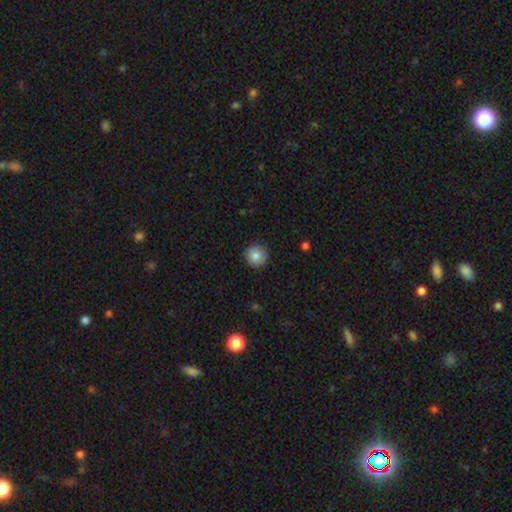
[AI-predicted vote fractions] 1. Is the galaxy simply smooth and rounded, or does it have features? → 84% smooth, 8% star or artifact, 7% featured or disk.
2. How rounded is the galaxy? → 95% round, 4% in between, 1% cigar-shaped.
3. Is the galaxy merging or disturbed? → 90% none, 8% minor disturbance, 2% major disturbance, 1% merger.